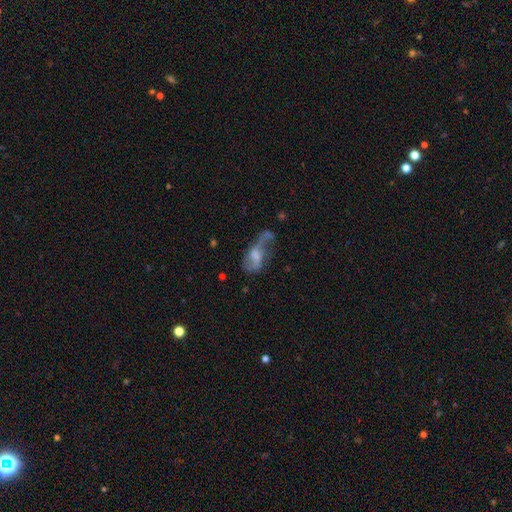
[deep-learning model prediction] Morphology: type=featured or disk (60%); edge-on=no (94%); bar=no (50%); spiral arms=yes (70%); bulge=none (32%); merging=major disturbance (43%).